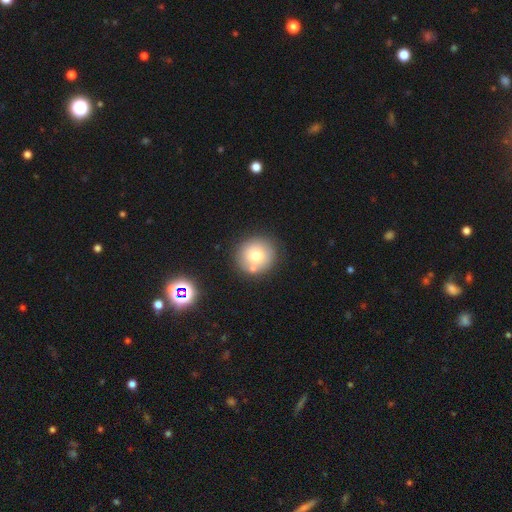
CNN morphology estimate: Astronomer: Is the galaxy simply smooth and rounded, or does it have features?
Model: smooth — 73%.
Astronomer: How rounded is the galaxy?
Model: round — 92%.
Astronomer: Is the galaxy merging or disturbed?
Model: none — 76%.